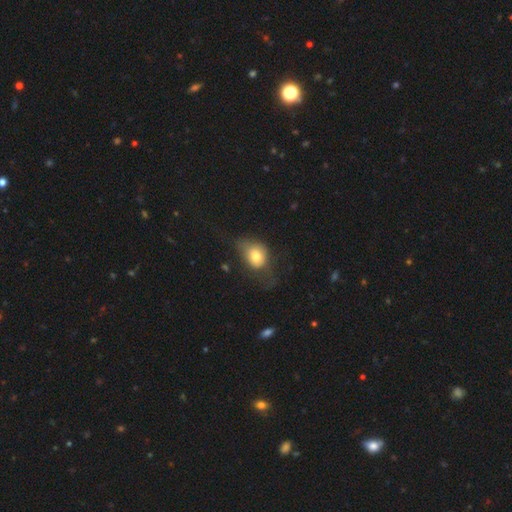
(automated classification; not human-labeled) Overall: smooth (74%). How rounded: in between (54%; round 45%). Merging: none (35%; major disturbance 31%).